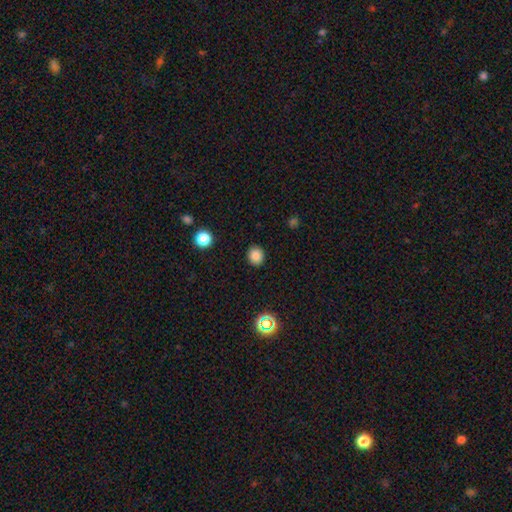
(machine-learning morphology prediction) A smooth galaxy with no disk features (83%) that is round (75%). Merging: none (90%).